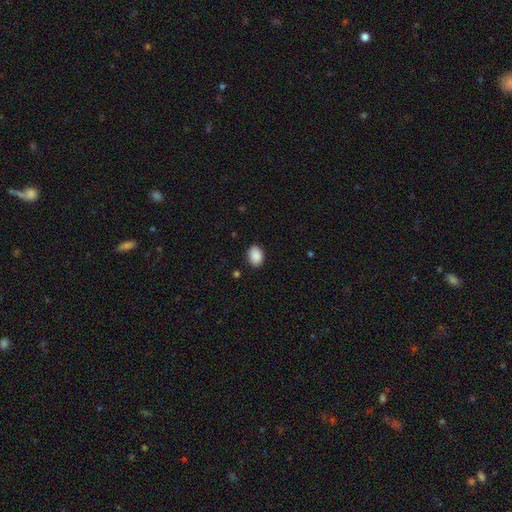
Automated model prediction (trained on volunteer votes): This appears to be a smooth galaxy with no disk features (90%) that is in between round and cigar-shaped (75%). Merging: none (88%).